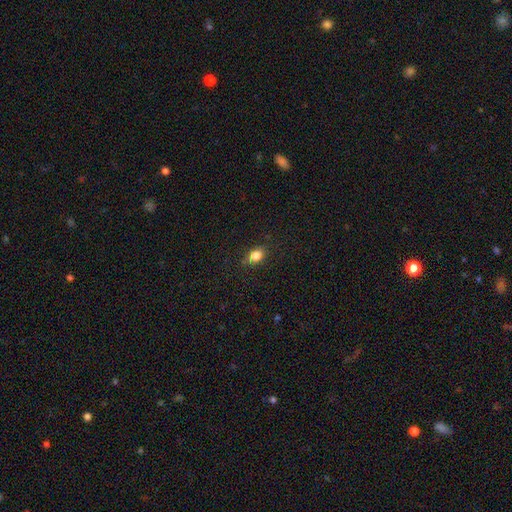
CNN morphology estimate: smooth 84%, star or artifact 11%, featured or disk 6%. Down the decision tree: how rounded — in between (73%); merging — none (81%).